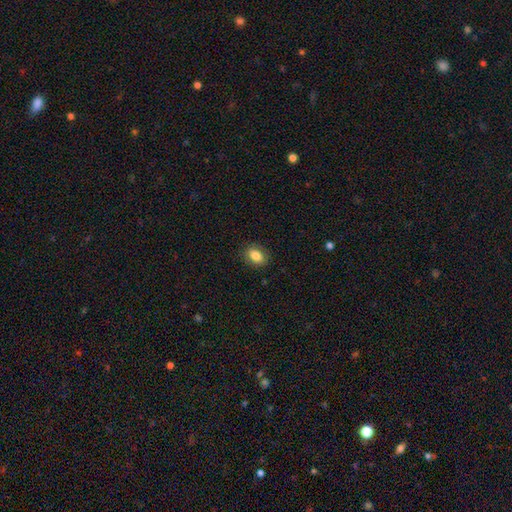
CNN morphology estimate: Q: Smooth or featured?
A: smooth (85%); runner-up: star or artifact (9%)
Q: How rounded?
A: in between (75%); runner-up: round (24%)
Q: Merging?
A: none (87%); runner-up: minor disturbance (10%)